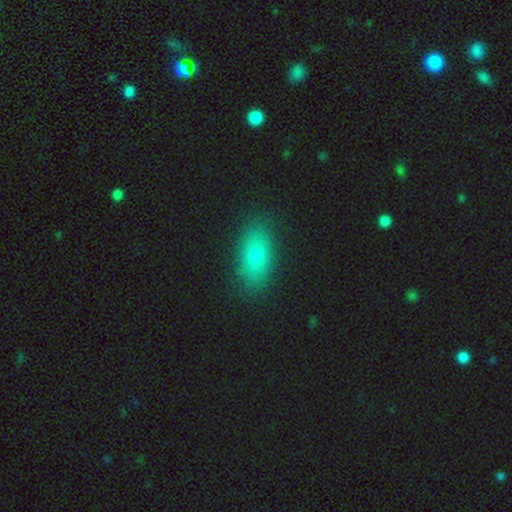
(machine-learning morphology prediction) Smooth or featured? smooth (81%)
How rounded? in between (83%)
Merging? none (87%)